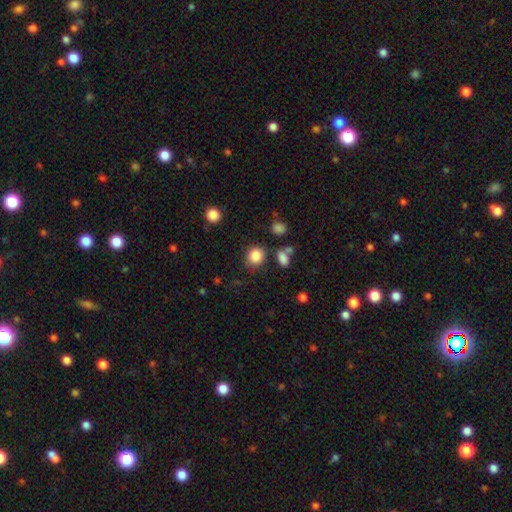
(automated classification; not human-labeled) Smooth or featured: smooth — 85% (star or artifact — 10%)
How rounded: round — 79% (in between — 20%)
Merging: none — 77% (minor disturbance — 13%)